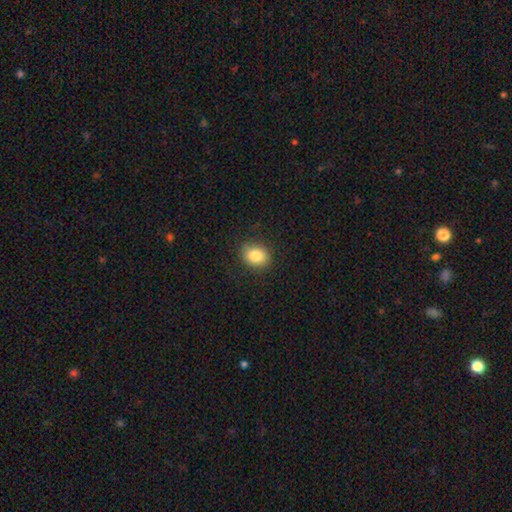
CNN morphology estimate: type=smooth (84%); roundness=round (52%); merging=none (87%).